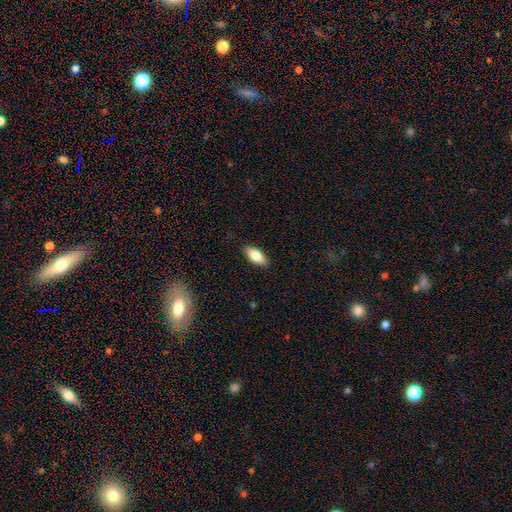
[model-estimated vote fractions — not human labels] Overall: smooth (81%). How rounded: in between (87%). Merging: none (88%).